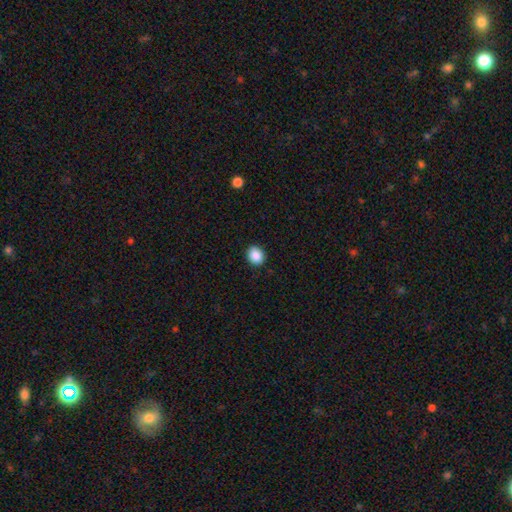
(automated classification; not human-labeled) This is clearly a smooth galaxy (88%). How rounded: likely round (65%). Merging: clearly none (91%).